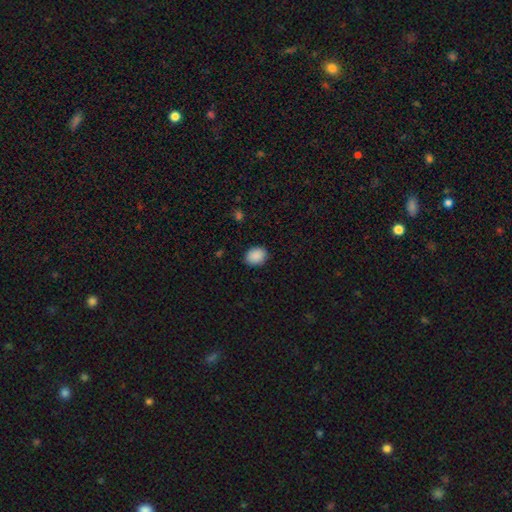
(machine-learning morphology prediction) This appears to be a smooth galaxy with no disk features (90%) that is in between round and cigar-shaped (55%). Merging: none (88%).